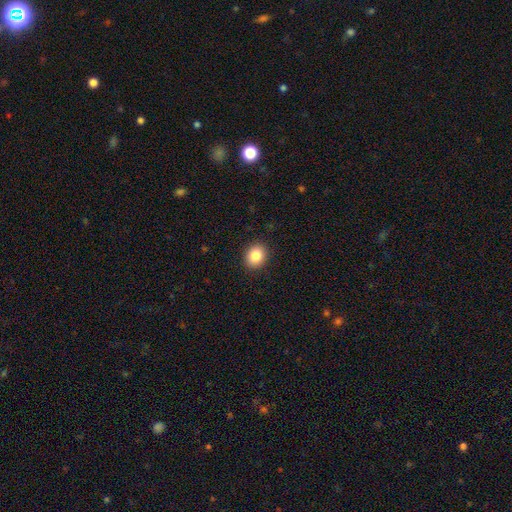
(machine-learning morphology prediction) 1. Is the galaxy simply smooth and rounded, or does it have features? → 86% smooth, 9% star or artifact, 5% featured or disk.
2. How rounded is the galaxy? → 63% round, 36% in between, 1% cigar-shaped.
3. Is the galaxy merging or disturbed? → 91% none, 6% minor disturbance, 2% major disturbance, 1% merger.